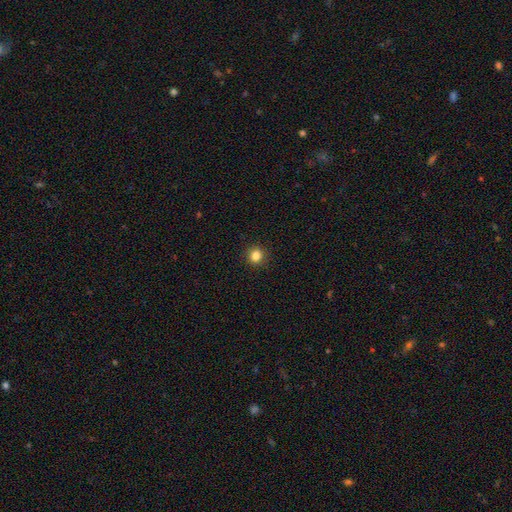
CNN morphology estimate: smooth-or-featured: smooth: 84% | star or artifact: 12% | featured or disk: 4%
  how-rounded: round: 89% | in between: 11% | cigar-shaped: 1%
  merging: none: 91% | minor disturbance: 6% | major disturbance: 2% | merger: 1%